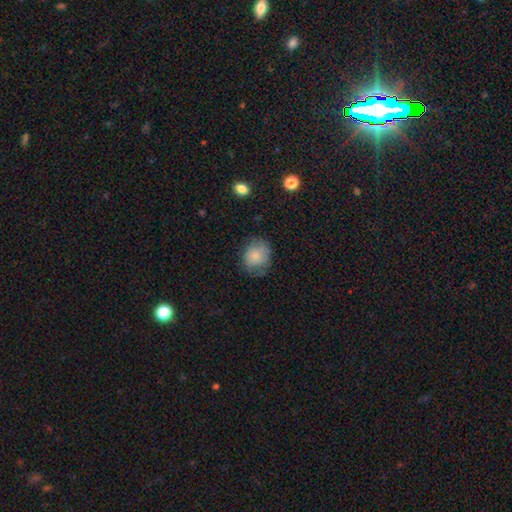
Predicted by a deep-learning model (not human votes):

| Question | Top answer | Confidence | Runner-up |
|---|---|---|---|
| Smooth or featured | smooth | 79% | featured or disk (13%) |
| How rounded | round | 64% | in between (35%) |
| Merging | none | 62% | minor disturbance (26%) |